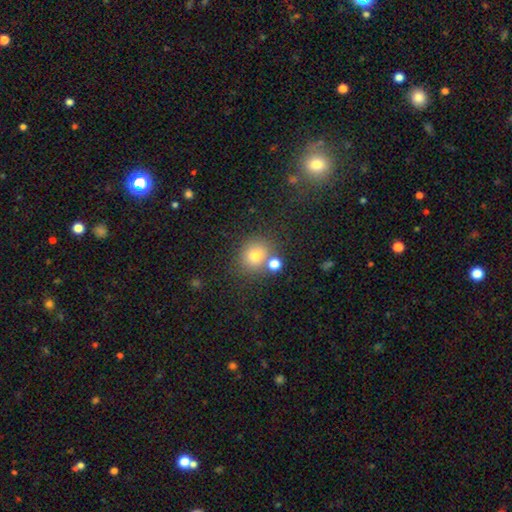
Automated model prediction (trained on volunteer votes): Overall: smooth (75%). How rounded: round (82%). Merging: none (66%).